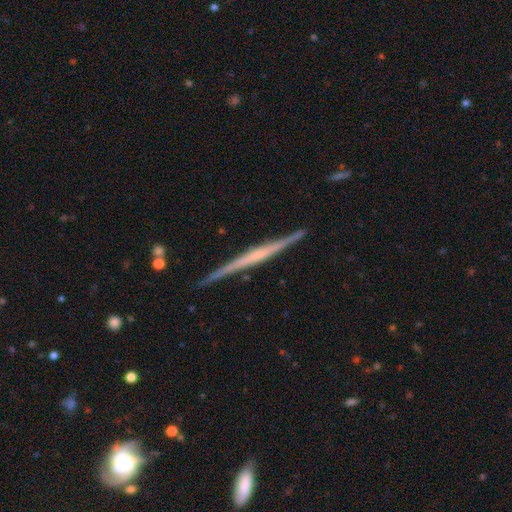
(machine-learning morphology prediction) Smooth or featured? Predicted: featured or disk (p=0.75). Edge-on disk? Predicted: yes (p=0.98). Edge-on bulge? Predicted: none (p=0.60). Merging? Predicted: none (p=0.88).